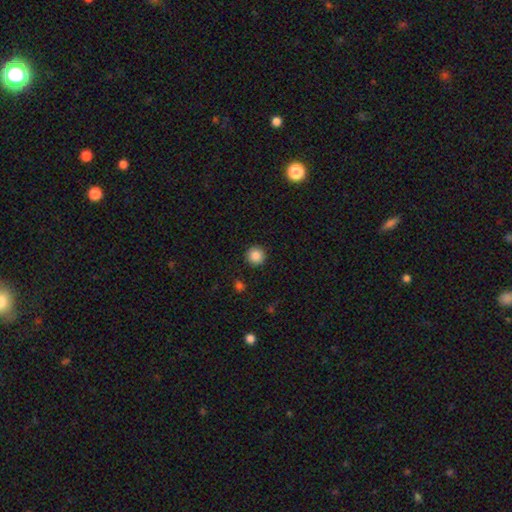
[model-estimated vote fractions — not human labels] Morphology: type=smooth (87%); roundness=round (95%); merging=none (92%).